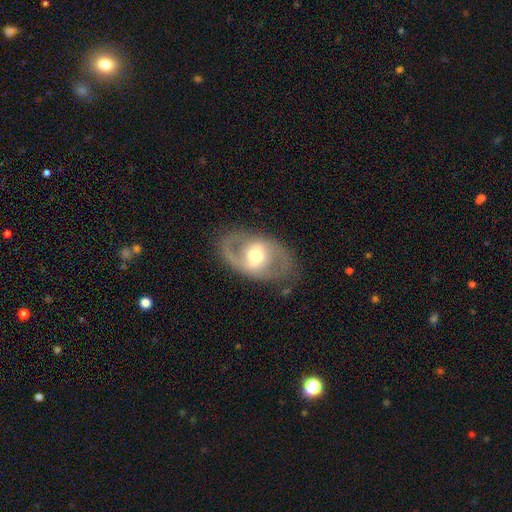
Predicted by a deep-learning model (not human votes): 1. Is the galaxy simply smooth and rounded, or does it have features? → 74% featured or disk, 21% smooth, 6% star or artifact.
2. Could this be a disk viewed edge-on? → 93% no, 7% yes.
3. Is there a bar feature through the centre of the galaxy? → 42% weak, 30% strong, 29% no.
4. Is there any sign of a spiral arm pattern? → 67% yes, 33% no.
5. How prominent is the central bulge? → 66% moderate, 17% large, 14% small, 2% dominant, 1% none.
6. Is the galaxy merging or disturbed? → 76% none, 14% minor disturbance, 9% major disturbance, 1% merger.